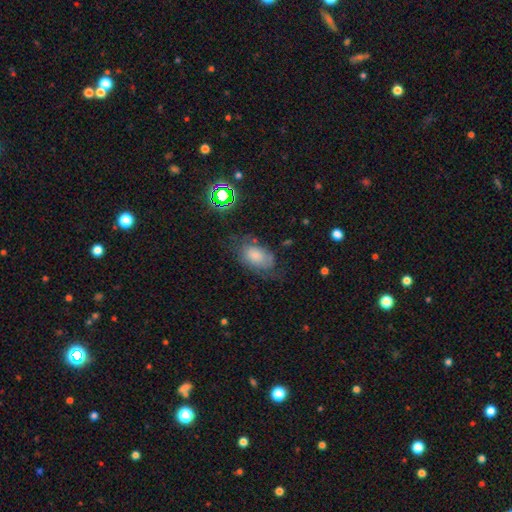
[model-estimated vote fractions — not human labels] Smooth or featured: smooth — 57% (featured or disk — 31%)
How rounded: in between — 88% (round — 10%)
Merging: none — 52% (minor disturbance — 27%)